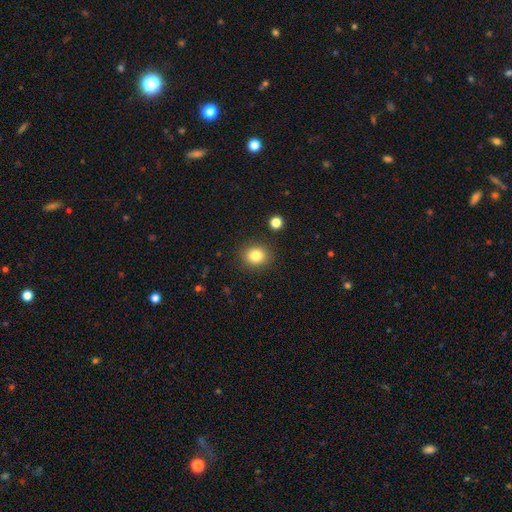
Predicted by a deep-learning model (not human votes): smooth_or_featured: smooth (p=0.82) [alt: star or artifact p=0.11]
how_rounded: round (p=0.76) [alt: in between p=0.23]
merging: none (p=0.88) [alt: minor disturbance p=0.07]